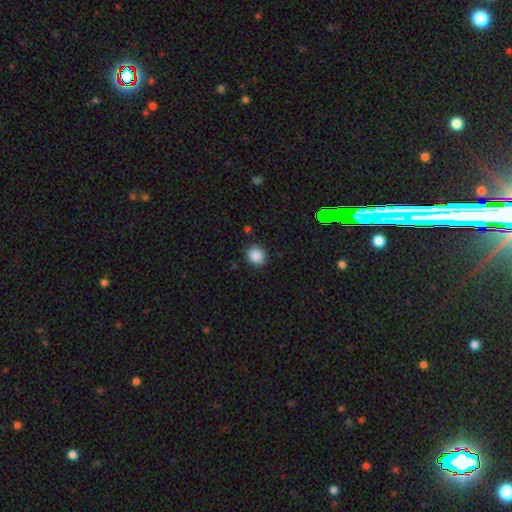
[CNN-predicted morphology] smooth-or-featured: smooth: 87% | star or artifact: 10% | featured or disk: 3%
  how-rounded: round: 77% | in between: 22% | cigar-shaped: 1%
  merging: none: 88% | minor disturbance: 9% | major disturbance: 2% | merger: 1%